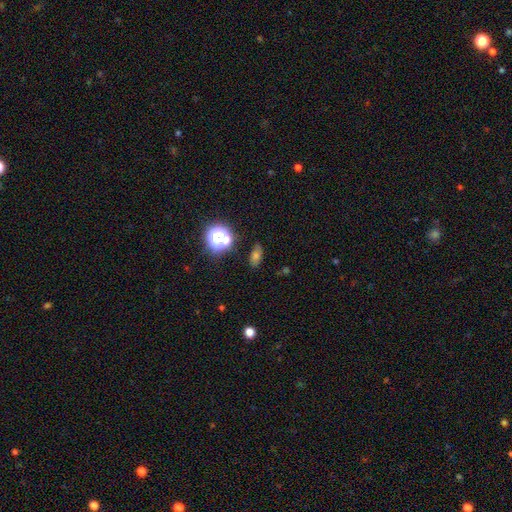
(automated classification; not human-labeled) smooth 49%, star or artifact 36%, featured or disk 16%. Down the decision tree: merging — none (81%).